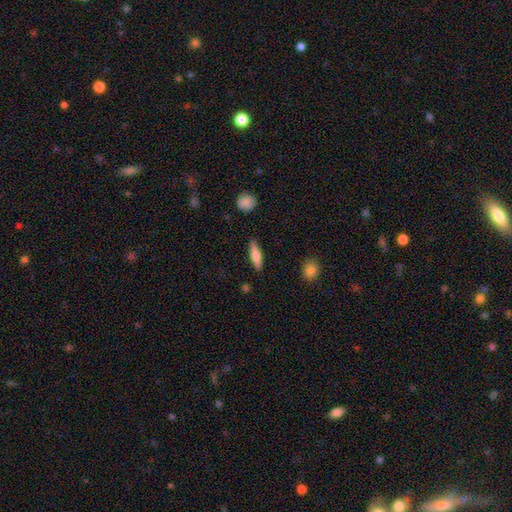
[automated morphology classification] smooth 65%, featured or disk 29%, star or artifact 6%. Down the decision tree: how rounded — cigar-shaped (67%); merging — none (87%).